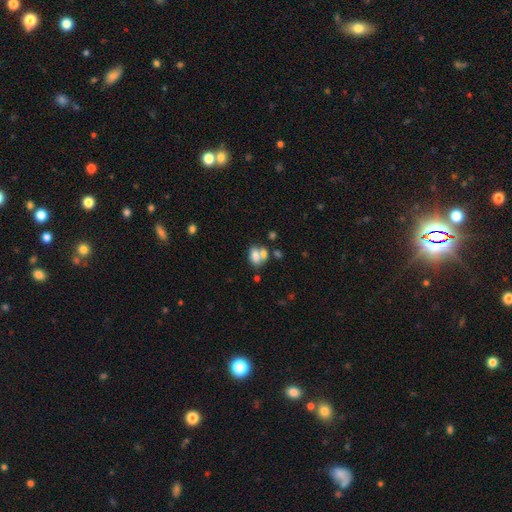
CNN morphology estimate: A smooth galaxy with no disk features (71%) that is in between round and cigar-shaped (81%).

Vote fractions:
- Smooth or featured? smooth: 71% / featured or disk: 18% / star or artifact: 10%
- How rounded? in between: 81% / round: 16% / cigar-shaped: 2%
- Merging? merger: 50% / none: 32% / minor disturbance: 12% / major disturbance: 7%